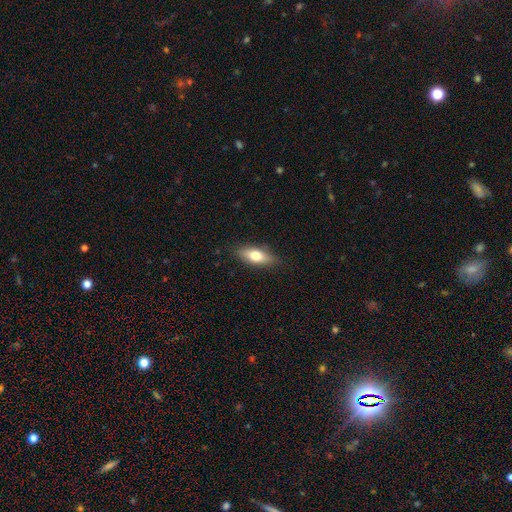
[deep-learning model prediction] smooth_or_featured: smooth (p=0.70) [alt: featured or disk p=0.23]
how_rounded: in between (p=0.73) [alt: cigar-shaped p=0.24]
merging: none (p=0.85) [alt: minor disturbance p=0.11]